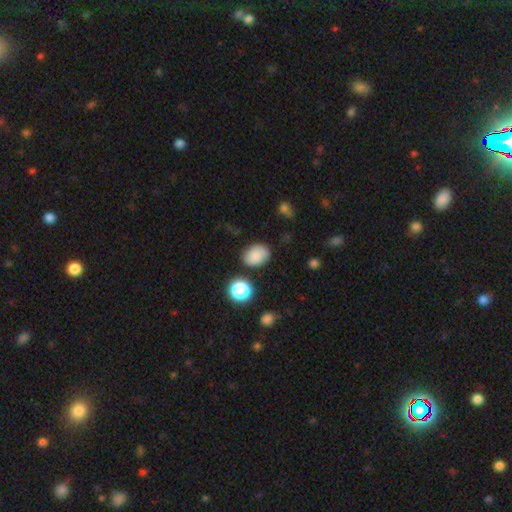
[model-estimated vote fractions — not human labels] smooth 82%, star or artifact 10%, featured or disk 8%. Down the decision tree: how rounded — in between (70%); merging — none (79%).